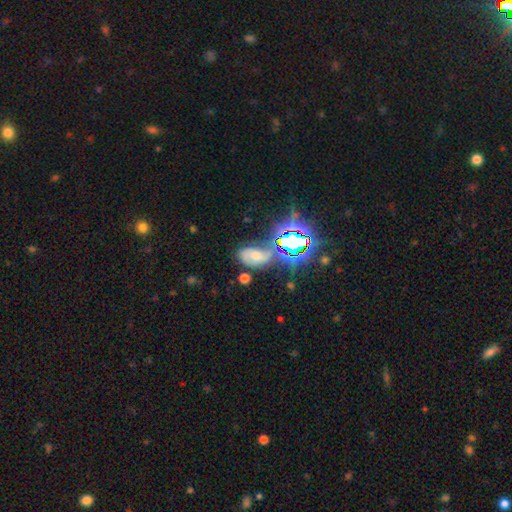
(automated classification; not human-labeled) Smooth or featured: star or artifact — 41% (featured or disk — 35%)